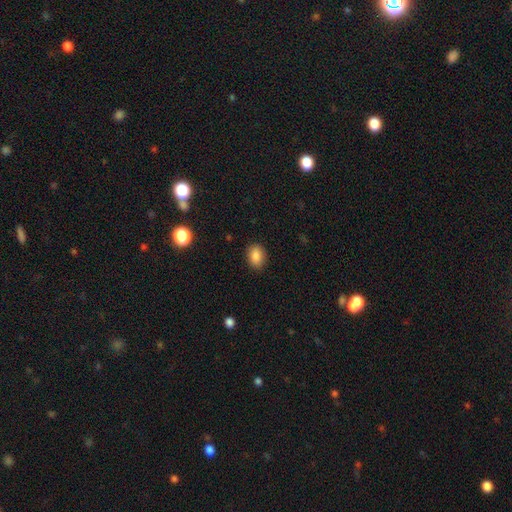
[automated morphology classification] This appears to be a smooth galaxy with no disk features (86%) that is in between round and cigar-shaped (69%). Merging: none (88%).